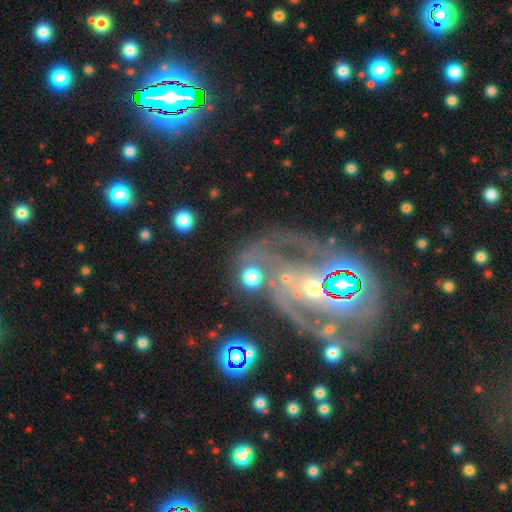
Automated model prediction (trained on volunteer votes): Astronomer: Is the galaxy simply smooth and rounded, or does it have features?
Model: featured or disk — 69%.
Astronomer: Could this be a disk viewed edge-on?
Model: no — 96%.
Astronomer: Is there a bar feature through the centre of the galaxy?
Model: no — 55%.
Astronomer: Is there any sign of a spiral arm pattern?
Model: yes — 83%.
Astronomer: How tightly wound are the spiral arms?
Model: tight — 45% (runner-up: medium, 40%).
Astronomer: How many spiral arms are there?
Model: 2 — 48% (runner-up: can't tell, 24%).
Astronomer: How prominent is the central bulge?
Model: small — 45% (runner-up: moderate, 40%).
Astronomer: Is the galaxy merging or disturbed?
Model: none — 51%.